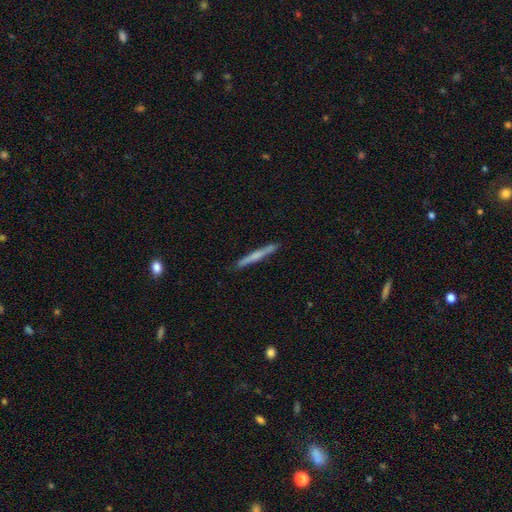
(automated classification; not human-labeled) smooth_or_featured: smooth (p=0.50) [alt: featured or disk p=0.45]
merging: none (p=0.89) [alt: minor disturbance p=0.08]